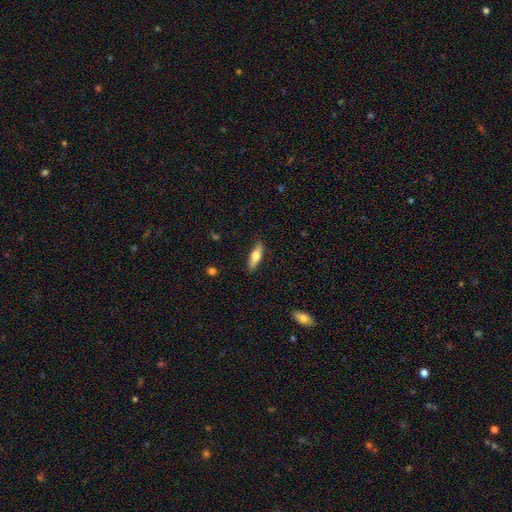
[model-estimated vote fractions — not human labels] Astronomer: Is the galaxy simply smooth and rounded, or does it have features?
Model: smooth — 66%.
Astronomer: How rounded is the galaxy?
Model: in between — 51% (runner-up: cigar-shaped, 47%).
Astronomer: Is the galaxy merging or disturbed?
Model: none — 86%.